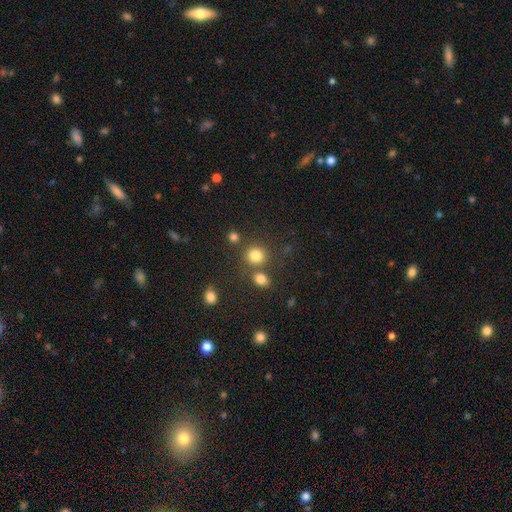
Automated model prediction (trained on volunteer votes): A smooth galaxy with no disk features (80%) that is round (83%). Merging: none (69%).